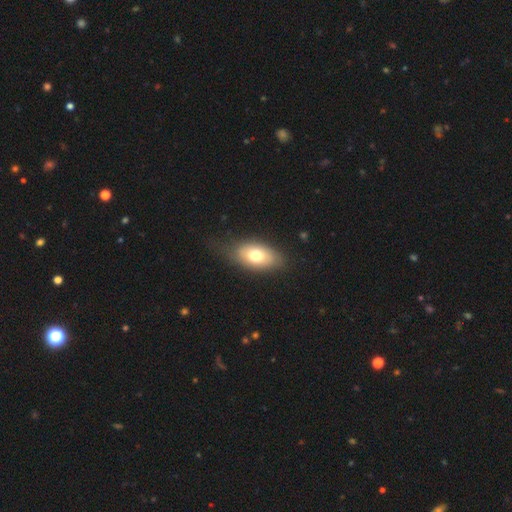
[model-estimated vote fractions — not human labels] Smooth or featured? Predicted: smooth (p=0.71). How rounded? Predicted: in between (p=0.89). Merging? Predicted: none (p=0.68).